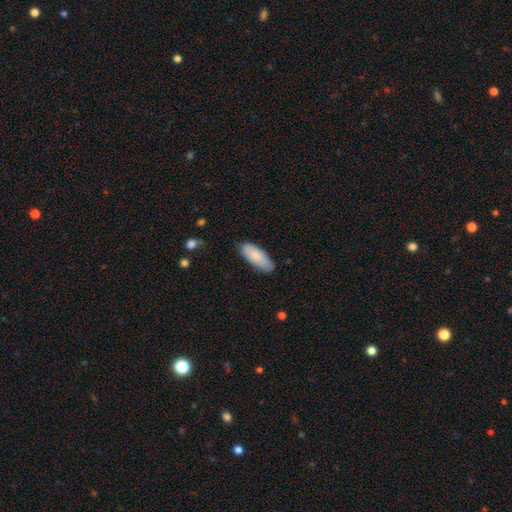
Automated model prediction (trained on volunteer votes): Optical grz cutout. It shows a smooth galaxy with no disk features (84%) that is in between round and cigar-shaped (77%). Merging: none (78%).